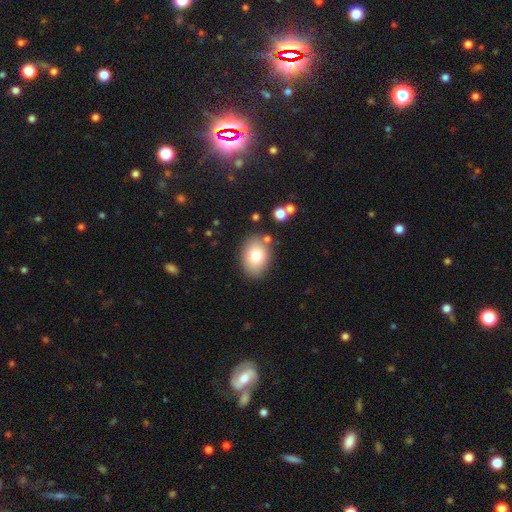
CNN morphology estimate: Smooth or featured: smooth — 77% (featured or disk — 14%)
How rounded: in between — 76% (round — 23%)
Merging: none — 82% (minor disturbance — 11%)